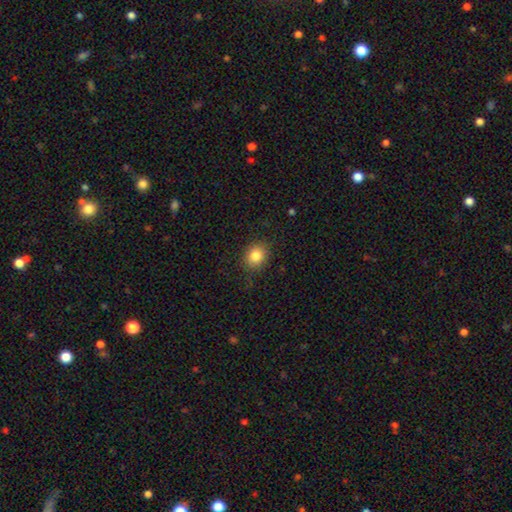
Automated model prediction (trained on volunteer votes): The model was most divided on "how rounded": round: 59%, in between: 40%, cigar-shaped: 1%. More confident: merging — none (85%); smooth or featured — smooth (83%).